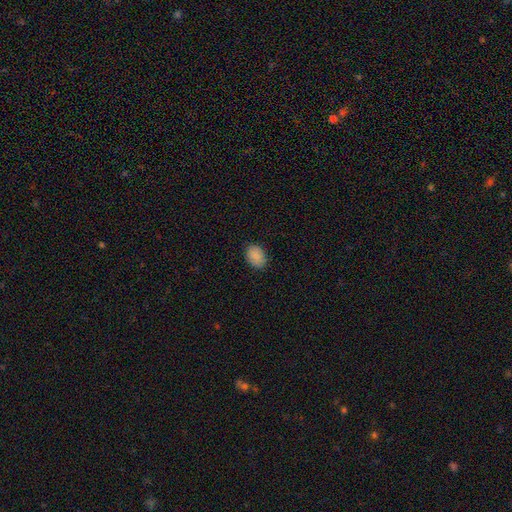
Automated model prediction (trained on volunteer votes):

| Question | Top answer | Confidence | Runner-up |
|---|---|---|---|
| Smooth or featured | smooth | 88% | star or artifact (8%) |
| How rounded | in between | 77% | round (22%) |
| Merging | none | 85% | minor disturbance (12%) |